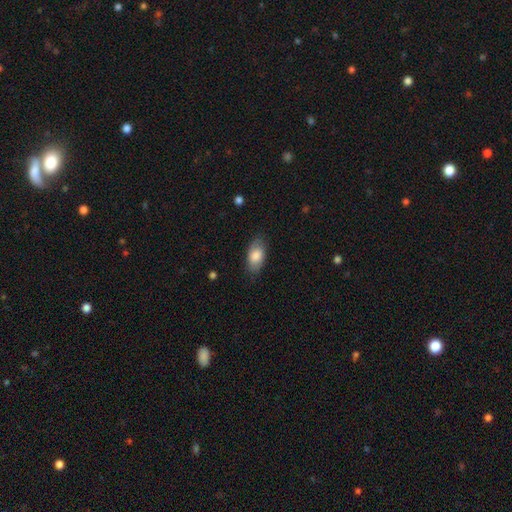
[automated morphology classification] A smooth galaxy with no disk features (81%) that is in between round and cigar-shaped (92%). Merging: none (79%).